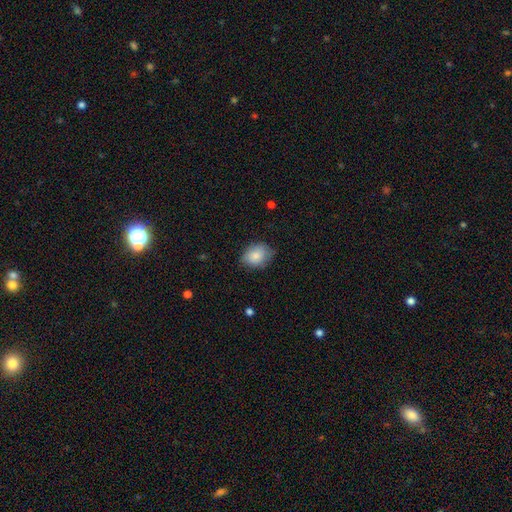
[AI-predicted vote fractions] Morphology: type=smooth (85%); roundness=in between (62%); merging=none (74%).